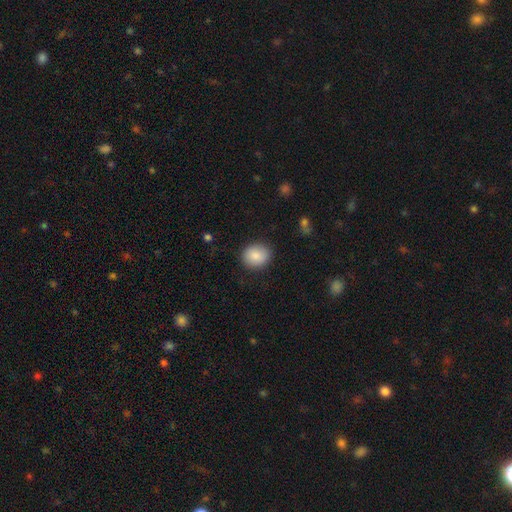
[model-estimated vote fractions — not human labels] Smooth or featured: smooth — 88% (star or artifact — 7%)
How rounded: round — 68% (in between — 31%)
Merging: none — 88% (minor disturbance — 9%)